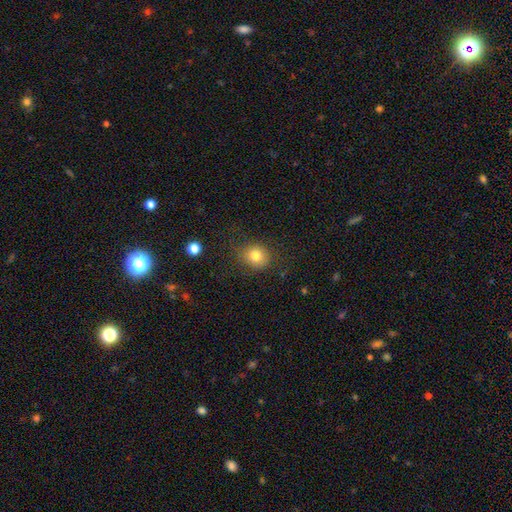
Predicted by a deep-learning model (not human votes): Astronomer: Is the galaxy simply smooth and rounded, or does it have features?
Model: smooth — 80%.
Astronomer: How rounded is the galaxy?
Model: round — 77%.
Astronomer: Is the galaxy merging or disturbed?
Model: none — 76%.